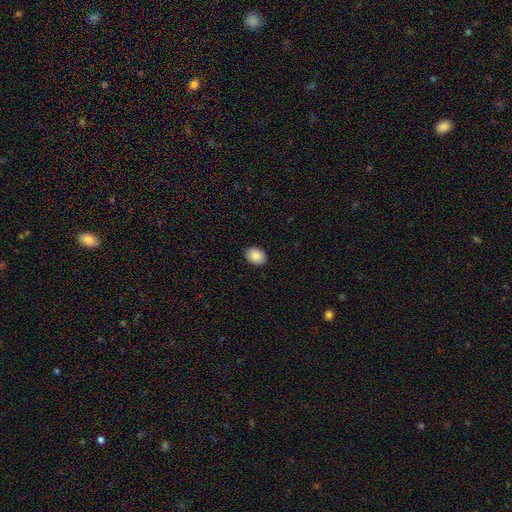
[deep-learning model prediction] A smooth galaxy with no disk features (88%) that is in between round and cigar-shaped (73%). Merging: none (90%).